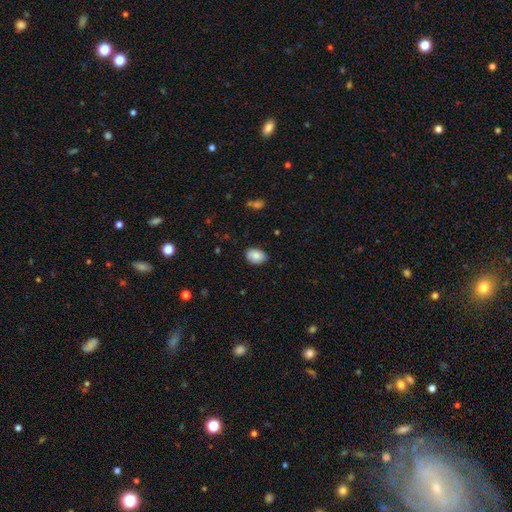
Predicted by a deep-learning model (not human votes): Morphology: type=smooth (85%); roundness=in between (83%); merging=none (83%).